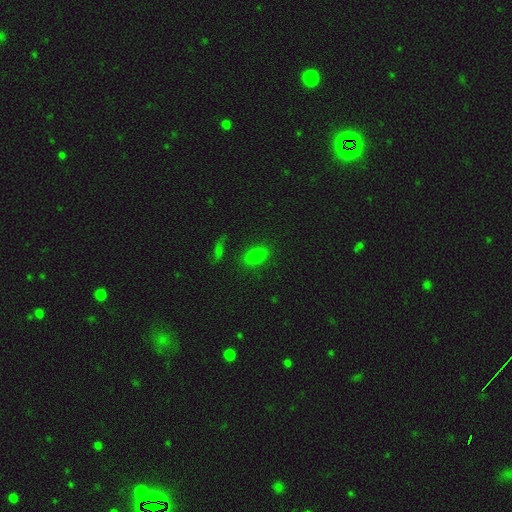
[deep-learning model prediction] Q: Smooth or featured?
A: smooth (79%); runner-up: star or artifact (14%)
Q: How rounded?
A: in between (85%); runner-up: round (11%)
Q: Merging?
A: none (83%); runner-up: minor disturbance (11%)